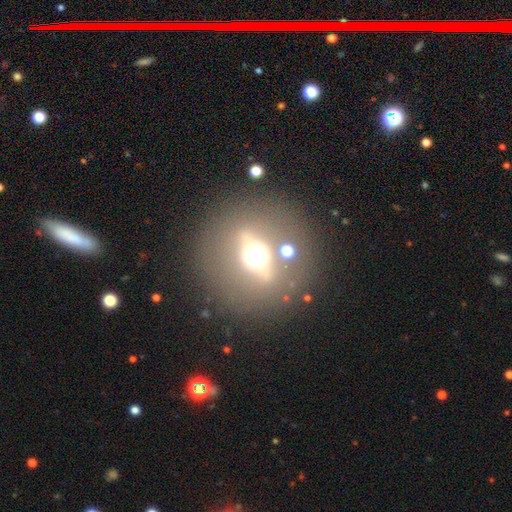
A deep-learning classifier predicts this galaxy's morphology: featured or disk 53%, smooth 28%, star or artifact 19%. Down the decision tree: edge-on disk — yes (52%); merging — none (81%).